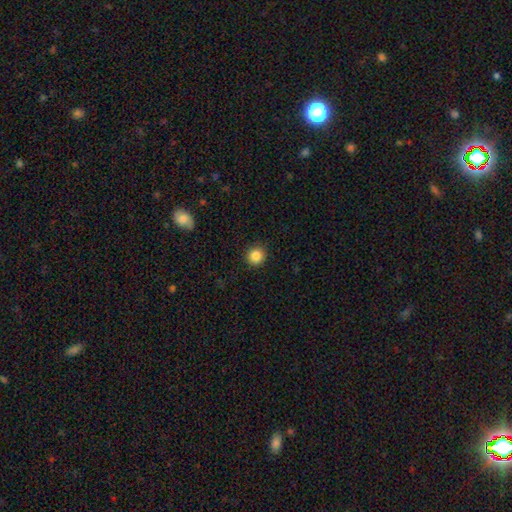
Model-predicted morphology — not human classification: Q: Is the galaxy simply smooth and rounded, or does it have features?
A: smooth — 86%.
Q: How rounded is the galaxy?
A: round — 93%.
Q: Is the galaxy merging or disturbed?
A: none — 92%.